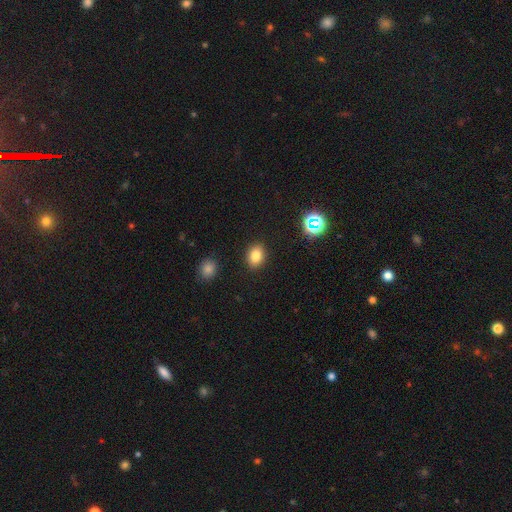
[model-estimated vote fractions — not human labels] Smooth or featured? Predicted: smooth (p=0.80). How rounded? Predicted: in between (p=0.69). Merging? Predicted: none (p=0.88).